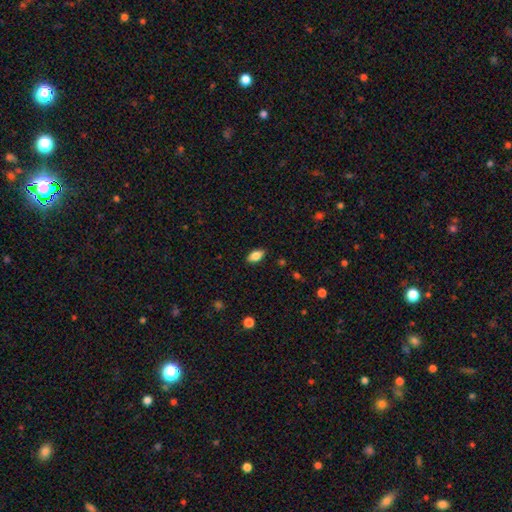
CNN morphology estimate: Smooth or featured: smooth — 82% (featured or disk — 11%)
How rounded: in between — 90% (cigar-shaped — 6%)
Merging: none — 87% (minor disturbance — 9%)